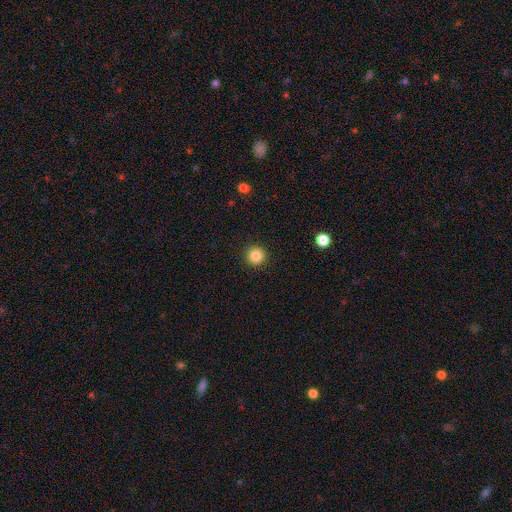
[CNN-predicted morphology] Q: Smooth or featured?
A: smooth (85%); runner-up: star or artifact (11%)
Q: How rounded?
A: round (96%); runner-up: in between (3%)
Q: Merging?
A: none (93%); runner-up: minor disturbance (4%)